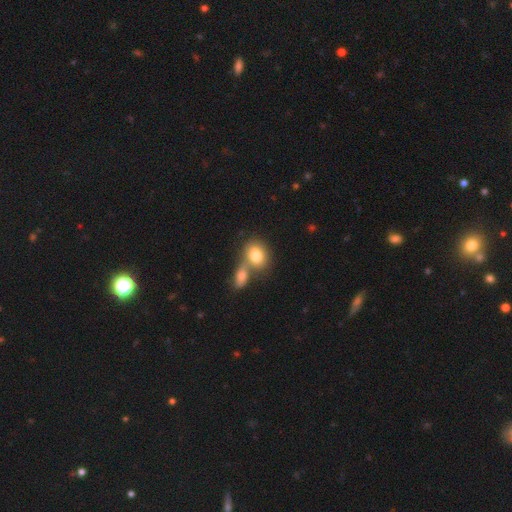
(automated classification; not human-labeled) Smooth or featured: smooth — 79% (featured or disk — 13%)
How rounded: in between — 62% (round — 37%)
Merging: merger — 54% (none — 34%)